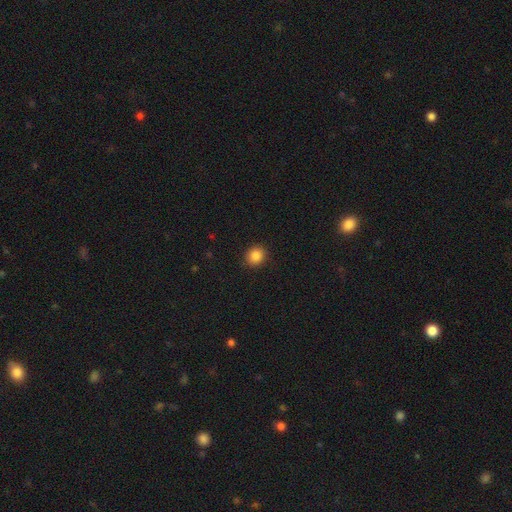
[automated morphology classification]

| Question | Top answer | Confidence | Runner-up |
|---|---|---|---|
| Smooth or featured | smooth | 85% | star or artifact (10%) |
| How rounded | round | 81% | in between (18%) |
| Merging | none | 91% | minor disturbance (6%) |